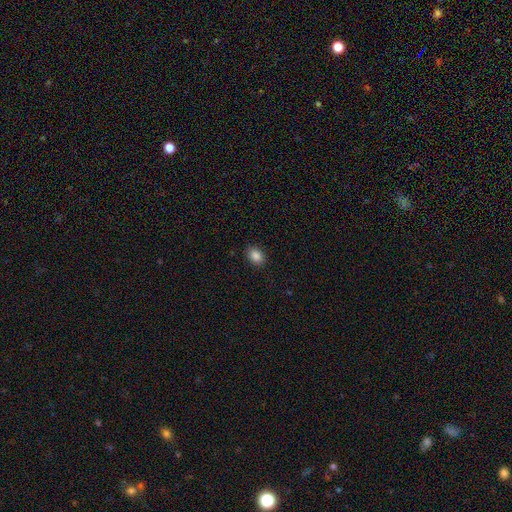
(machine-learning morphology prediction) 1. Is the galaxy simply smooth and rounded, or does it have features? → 87% smooth, 9% star or artifact, 4% featured or disk.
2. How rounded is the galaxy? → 73% in between, 26% round, 1% cigar-shaped.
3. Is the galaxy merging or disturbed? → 89% none, 8% minor disturbance, 2% major disturbance, 1% merger.